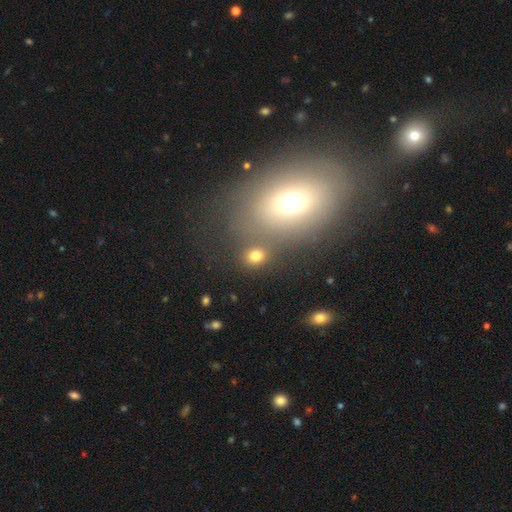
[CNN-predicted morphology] This is likely a smooth galaxy (75%). How rounded: likely round (68%). Merging: likely none (73%).